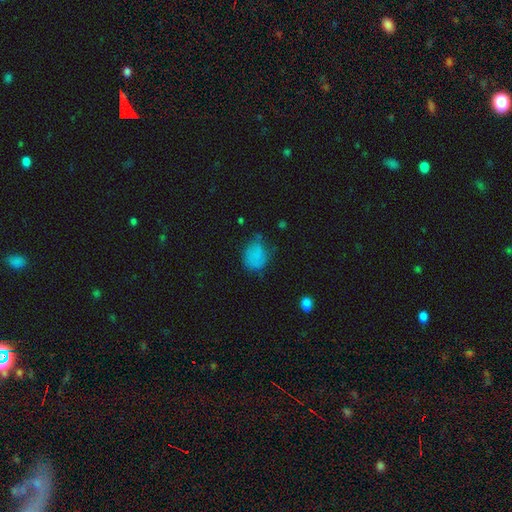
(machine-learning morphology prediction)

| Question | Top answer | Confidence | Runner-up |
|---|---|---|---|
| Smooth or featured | smooth | 78% | star or artifact (12%) |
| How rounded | in between | 53% | round (46%) |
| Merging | none | 49% | minor disturbance (35%) |